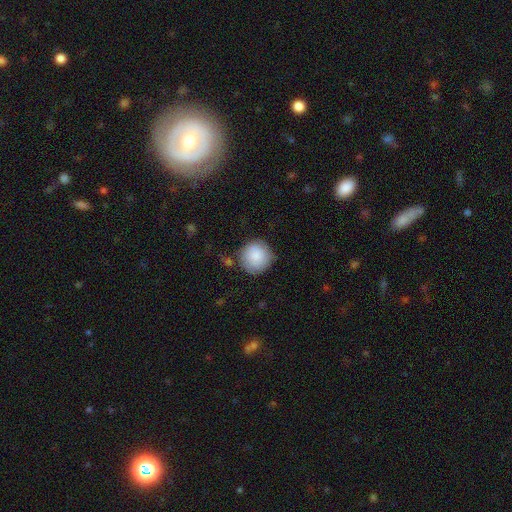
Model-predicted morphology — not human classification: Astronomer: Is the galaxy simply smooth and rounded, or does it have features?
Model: smooth — 85%.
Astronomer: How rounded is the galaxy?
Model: round — 94%.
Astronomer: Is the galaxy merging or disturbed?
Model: none — 76%.